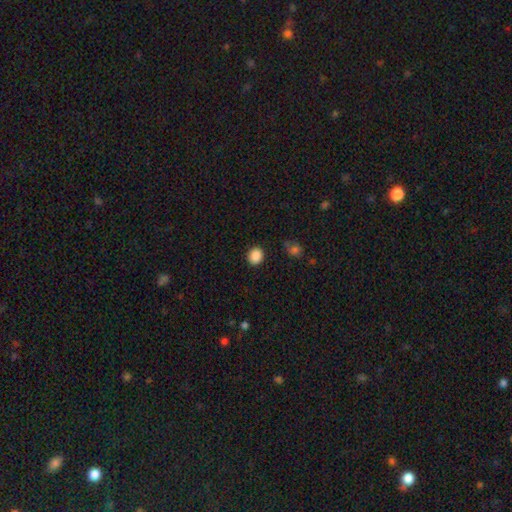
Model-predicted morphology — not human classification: Smooth or featured? smooth (88%)
How rounded? round (72%)
Merging? none (88%)